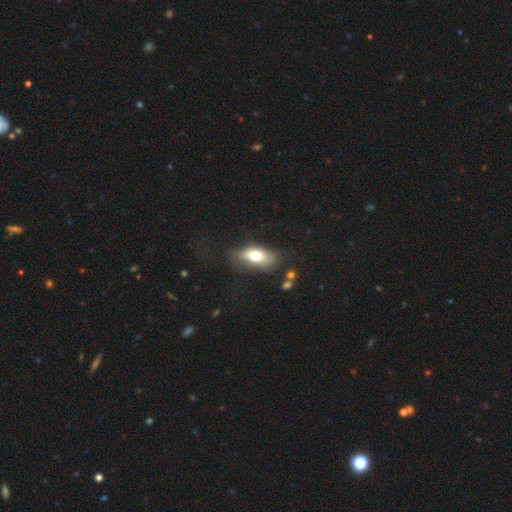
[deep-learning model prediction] Smooth or featured?
  - smooth: 69% *
  - featured or disk: 23%
  - star or artifact: 8%
How rounded?
  - in between: 85% *
  - cigar-shaped: 10%
  - round: 6%
Merging?
  - none: 62% *
  - minor disturbance: 24%
  - major disturbance: 11%
  - merger: 4%